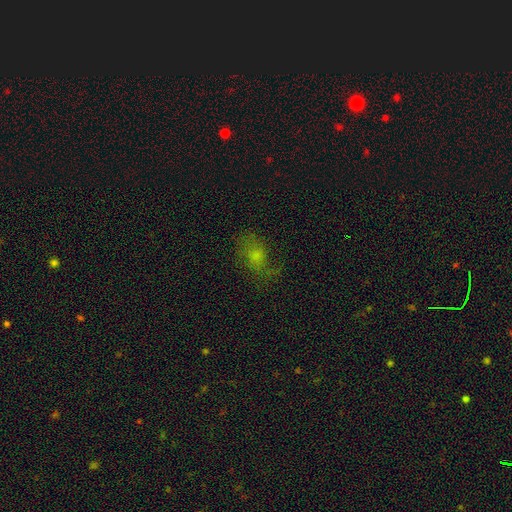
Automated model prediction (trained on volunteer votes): Smooth or featured? Predicted: smooth (p=0.54). How rounded? Predicted: in between (p=0.68). Merging? Predicted: none (p=0.53).